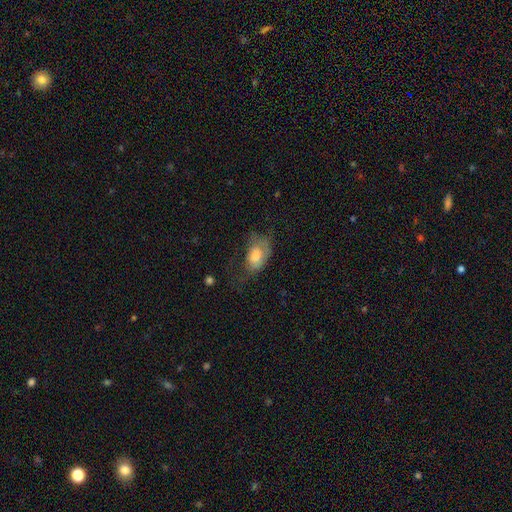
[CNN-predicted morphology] smooth_or_featured: smooth (p=0.64) [alt: featured or disk p=0.27]
how_rounded: in between (p=0.89) [alt: round p=0.09]
merging: major disturbance (p=0.38) [alt: none p=0.33]